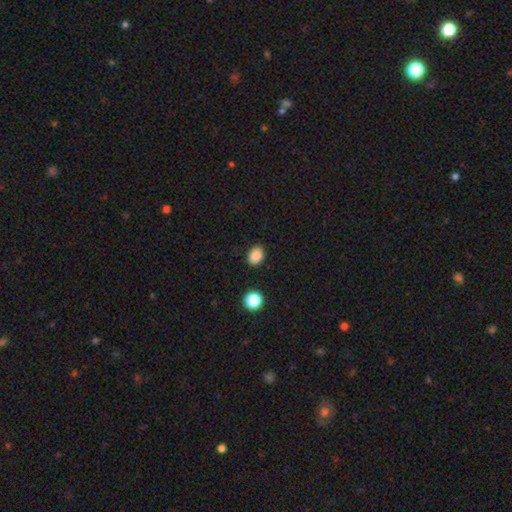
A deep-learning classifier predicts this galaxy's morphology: This is clearly a smooth galaxy (86%). How rounded: likely in between (65%). Merging: clearly none (85%).